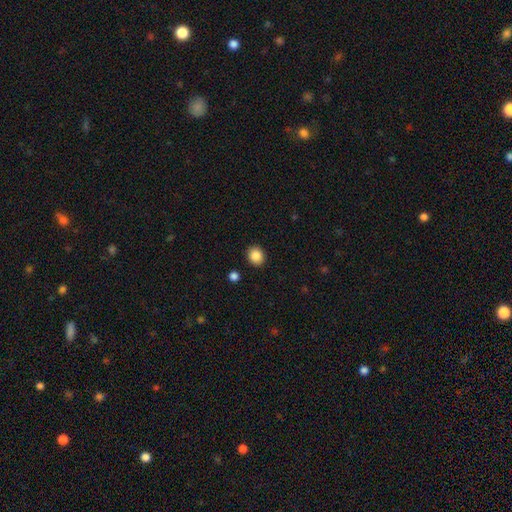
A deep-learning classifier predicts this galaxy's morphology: This is clearly a smooth galaxy (87%). How rounded: likely round (74%). Merging: clearly none (90%).